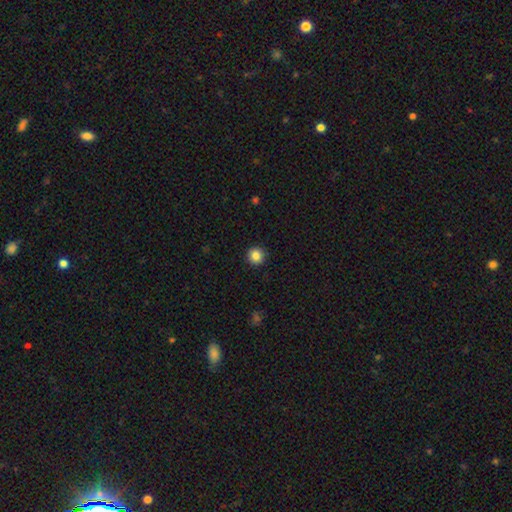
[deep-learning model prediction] The model was most divided on "smooth or featured": smooth: 85%, star or artifact: 10%, featured or disk: 4%. More confident: how rounded — round (94%); merging — none (92%).